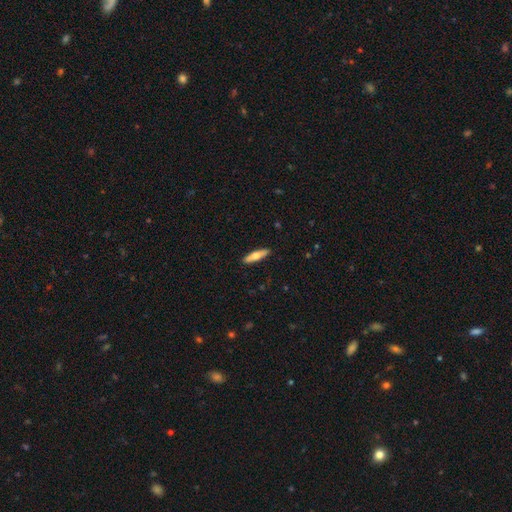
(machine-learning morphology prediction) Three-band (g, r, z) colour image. It shows a smooth galaxy with no disk features (61%) that is cigar-shaped (72%). Merging: none (90%).